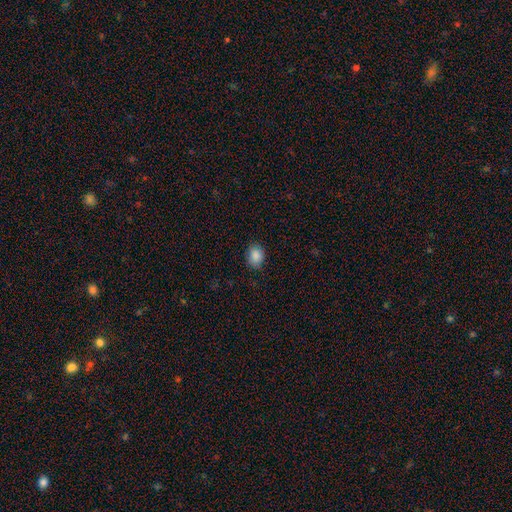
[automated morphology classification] smooth 88%, star or artifact 8%, featured or disk 4%. Down the decision tree: how rounded — in between (55%); merging — none (86%).